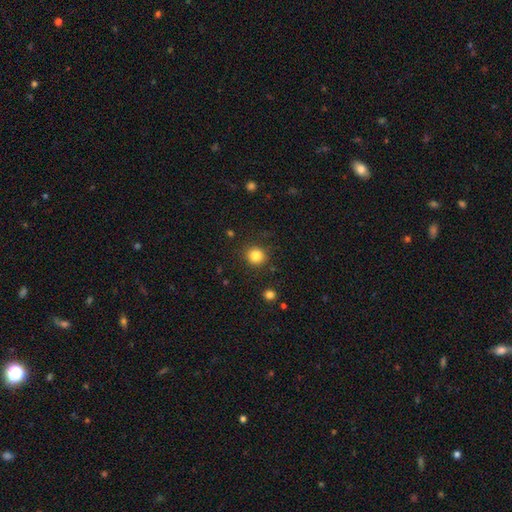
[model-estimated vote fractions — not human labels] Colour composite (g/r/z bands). It shows a smooth galaxy with no disk features (84%) that is round (92%). Merging: none (88%).